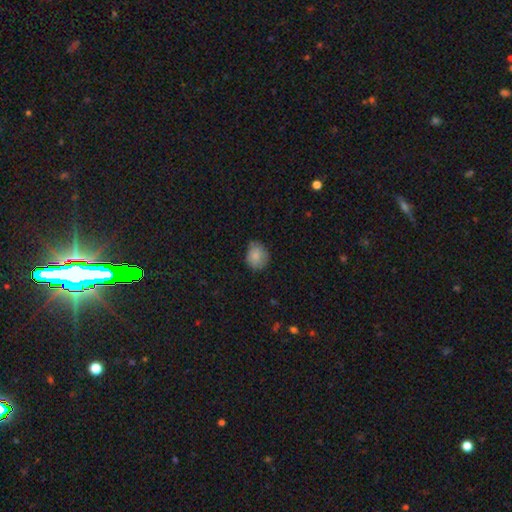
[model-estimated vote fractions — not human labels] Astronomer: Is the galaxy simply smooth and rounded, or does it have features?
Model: smooth — 85%.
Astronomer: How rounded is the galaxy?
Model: round — 66%.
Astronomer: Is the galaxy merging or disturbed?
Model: none — 67%.